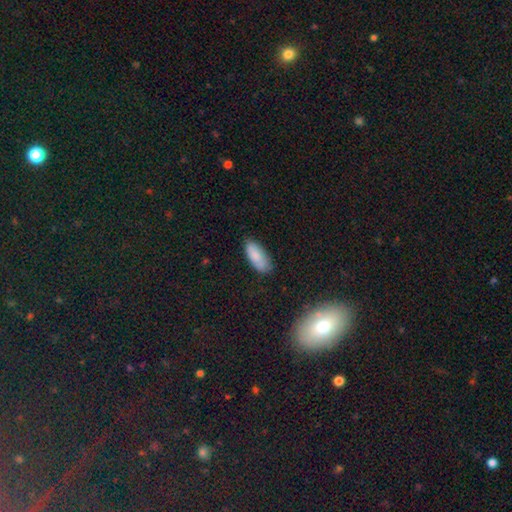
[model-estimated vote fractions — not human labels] A smooth galaxy with no disk features (86%) that is in between round and cigar-shaped (84%).

Vote fractions:
- Smooth or featured? smooth: 86% / featured or disk: 8% / star or artifact: 7%
- How rounded? in between: 84% / cigar-shaped: 14% / round: 2%
- Merging? none: 78% / minor disturbance: 17% / major disturbance: 3% / merger: 1%